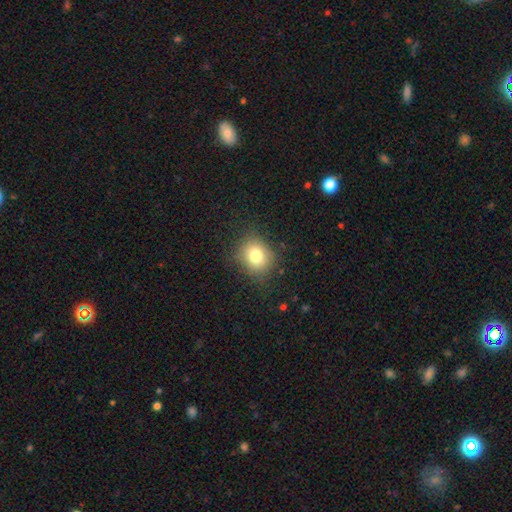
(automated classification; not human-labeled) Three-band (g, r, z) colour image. It shows a smooth galaxy with no disk features (78%) that is round (68%). Merging: none (79%).